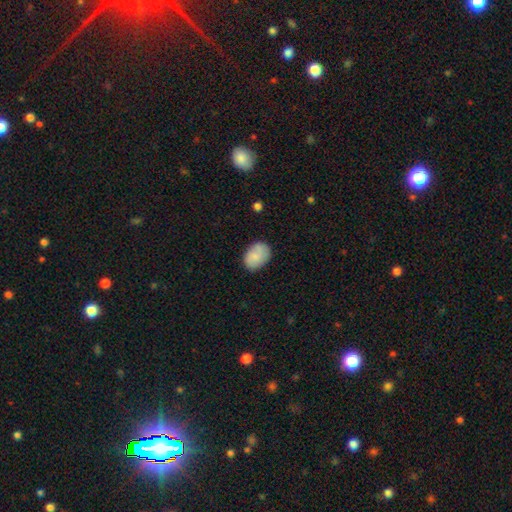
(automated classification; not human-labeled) A smooth galaxy with no disk features (81%) that is in between round and cigar-shaped (77%).

Vote fractions:
- Smooth or featured? smooth: 81% / featured or disk: 12% / star or artifact: 7%
- How rounded? in between: 77% / round: 22% / cigar-shaped: 1%
- Merging? none: 75% / minor disturbance: 19% / major disturbance: 4% / merger: 2%